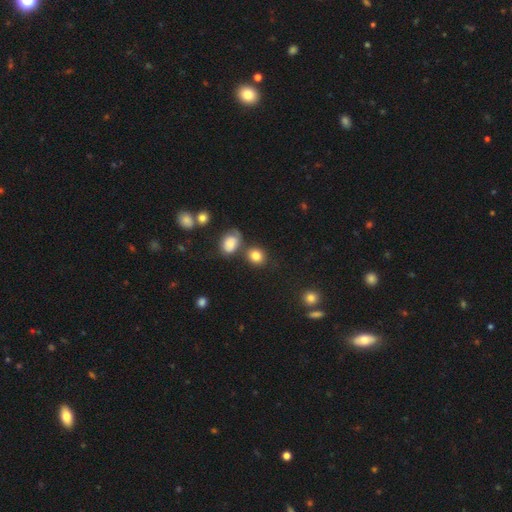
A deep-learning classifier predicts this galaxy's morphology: smooth_or_featured: smooth (p=0.82) [alt: star or artifact p=0.11]
how_rounded: round (p=0.75) [alt: in between p=0.24]
merging: none (p=0.71) [alt: merger p=0.12]